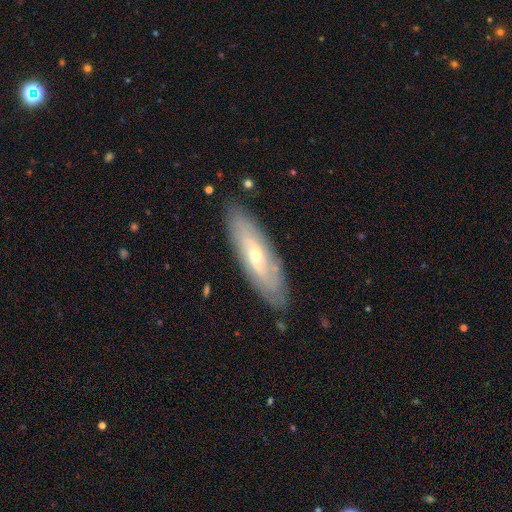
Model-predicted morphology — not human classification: Q: Smooth or featured?
A: featured or disk (64%); runner-up: smooth (29%)
Q: Edge-on disk?
A: no (68%); runner-up: yes (32%)
Q: Merging?
A: none (85%); runner-up: minor disturbance (11%)